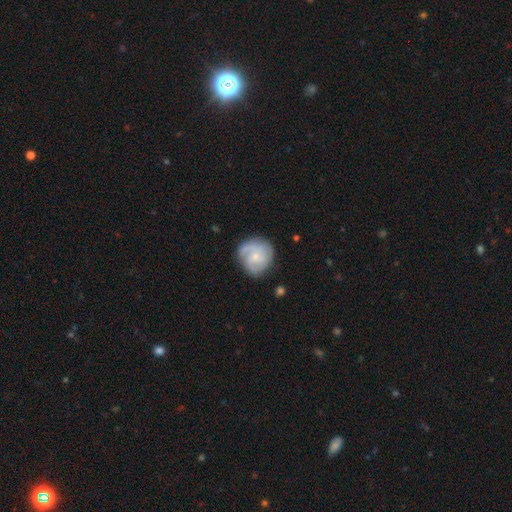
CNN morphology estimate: Smooth or featured? featured or disk (71%)
Edge-on disk? no (98%)
Bar? no (70%)
Spiral arms? yes (93%)
Spiral winding? tight (47%)
Spiral arm count? 3 (34%)
Bulge size? small (71%)
Merging? none (73%)